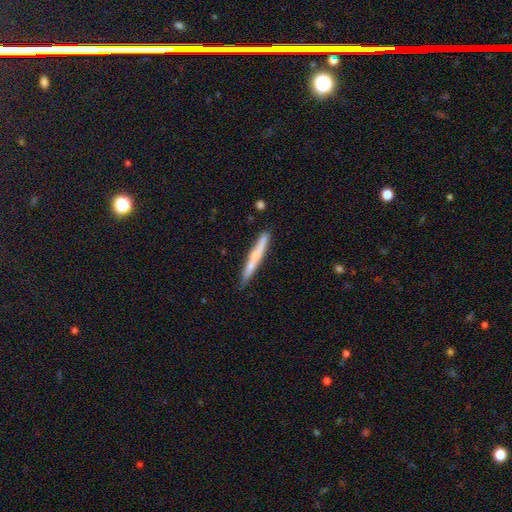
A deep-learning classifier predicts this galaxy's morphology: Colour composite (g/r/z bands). It shows a smooth galaxy with no disk features (56%) that is cigar-shaped (96%). Merging: none (84%).